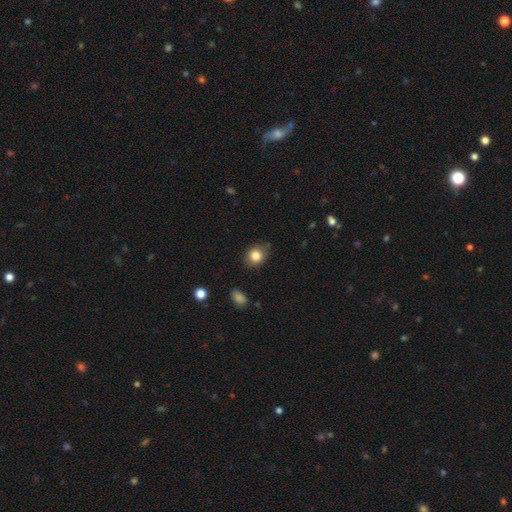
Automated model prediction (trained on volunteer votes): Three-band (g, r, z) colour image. It shows a smooth galaxy with no disk features (83%) that is round (62%). Merging: none (73%).